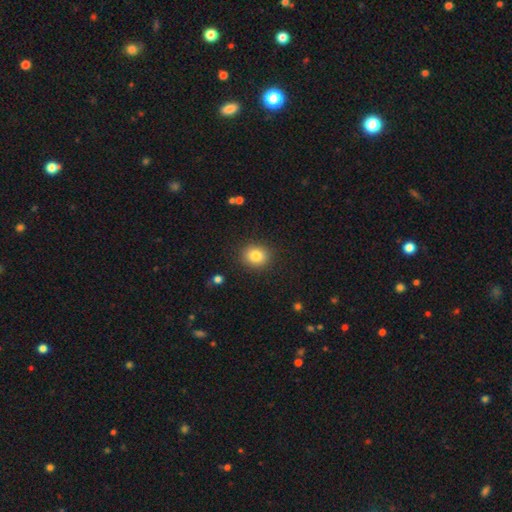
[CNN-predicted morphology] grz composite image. It shows a smooth galaxy with no disk features (83%) that is round (68%). Merging: none (88%).